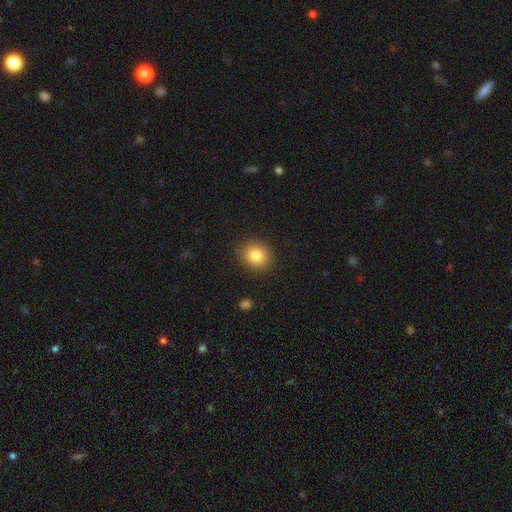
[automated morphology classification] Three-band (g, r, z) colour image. It shows a smooth galaxy with no disk features (83%) that is round (76%). Merging: none (87%).